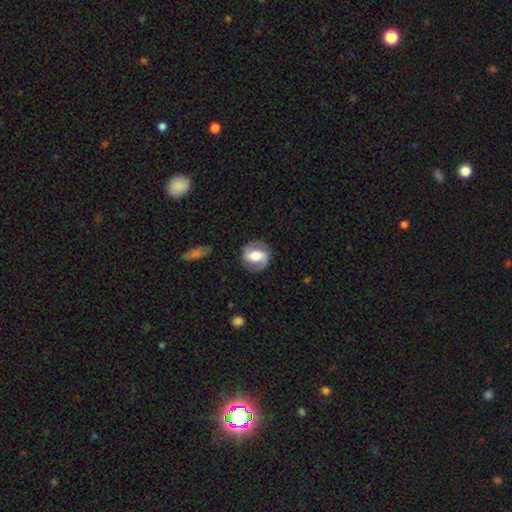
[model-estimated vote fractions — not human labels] Q: Smooth or featured?
A: featured or disk (67%); runner-up: smooth (26%)
Q: Edge-on disk?
A: no (97%); runner-up: yes (3%)
Q: Bar?
A: weak (42%); runner-up: no (33%)
Q: Spiral arms?
A: yes (90%); runner-up: no (10%)
Q: Spiral winding?
A: medium (46%); runner-up: loose (28%)
Q: Spiral arm count?
A: 2 (88%); runner-up: 1 (4%)
Q: Bulge size?
A: moderate (50%); runner-up: large (32%)
Q: Merging?
A: none (82%); runner-up: minor disturbance (12%)